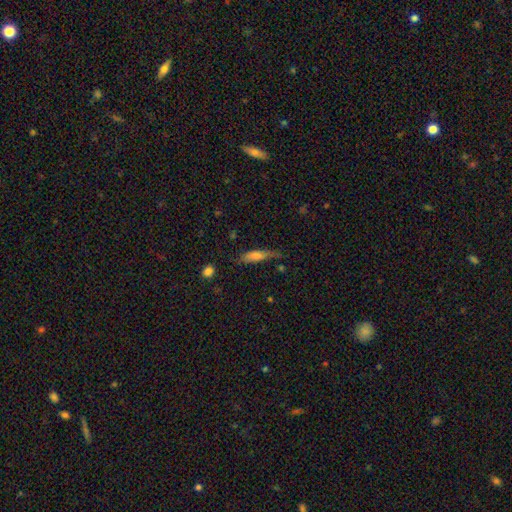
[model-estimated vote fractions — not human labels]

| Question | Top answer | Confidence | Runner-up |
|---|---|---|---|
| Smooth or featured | smooth | 66% | featured or disk (26%) |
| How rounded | cigar-shaped | 66% | in between (31%) |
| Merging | none | 57% | minor disturbance (30%) |